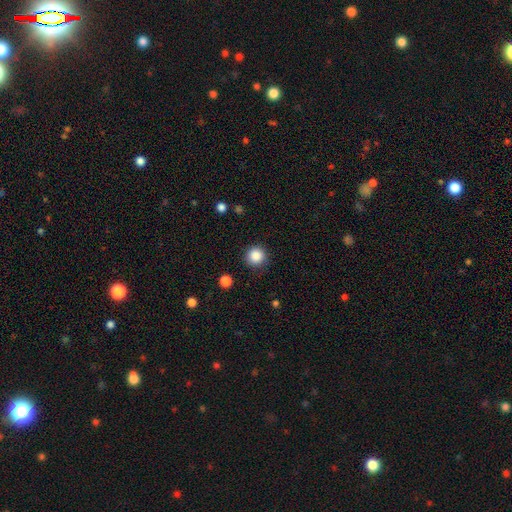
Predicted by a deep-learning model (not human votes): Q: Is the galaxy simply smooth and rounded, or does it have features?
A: smooth — 86%.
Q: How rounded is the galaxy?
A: round — 95%.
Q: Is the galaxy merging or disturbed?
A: none — 89%.